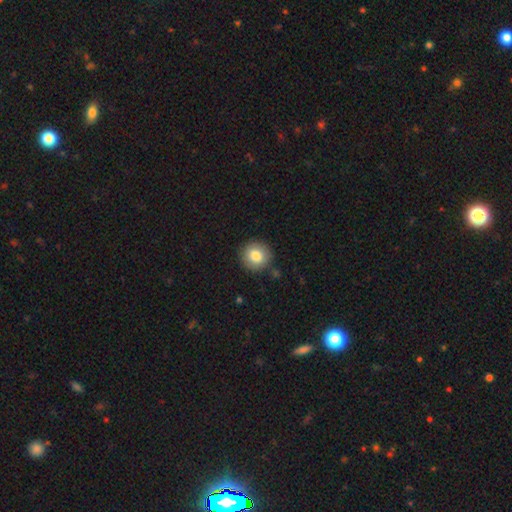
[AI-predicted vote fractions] Smooth or featured: smooth — 82% (featured or disk — 9%)
How rounded: round — 91% (in between — 8%)
Merging: none — 88% (minor disturbance — 8%)